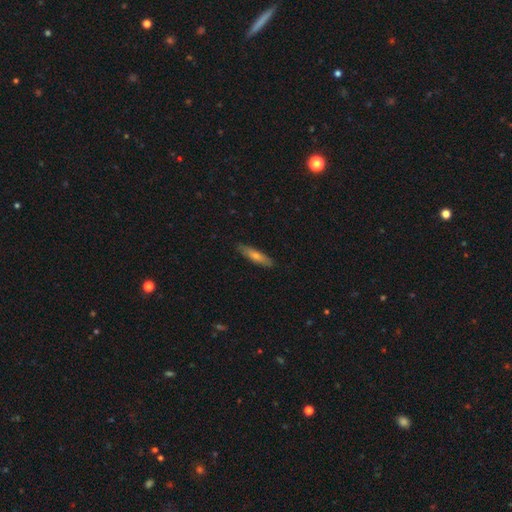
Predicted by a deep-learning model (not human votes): A smooth galaxy with no disk features (56%) that is cigar-shaped (81%). Merging: none (87%).